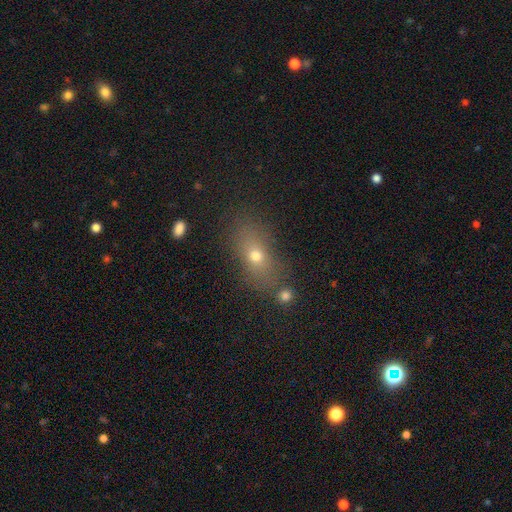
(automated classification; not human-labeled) This appears to be a smooth galaxy with no disk features (64%) that is in between round and cigar-shaped (69%). Merging: none (69%).